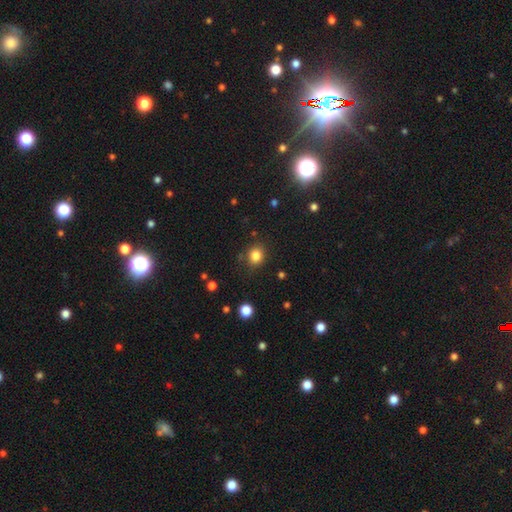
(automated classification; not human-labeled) smooth-or-featured: smooth: 83% | star or artifact: 12% | featured or disk: 5%
  how-rounded: round: 75% | in between: 25% | cigar-shaped: 1%
  merging: none: 83% | minor disturbance: 11% | major disturbance: 3% | merger: 3%